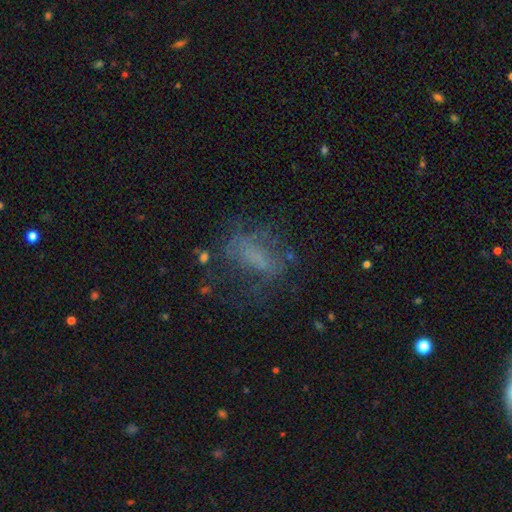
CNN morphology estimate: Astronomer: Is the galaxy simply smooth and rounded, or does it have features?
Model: featured or disk — 40%, tied with smooth at 40%.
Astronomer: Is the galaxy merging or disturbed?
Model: none — 48% (runner-up: major disturbance, 28%).